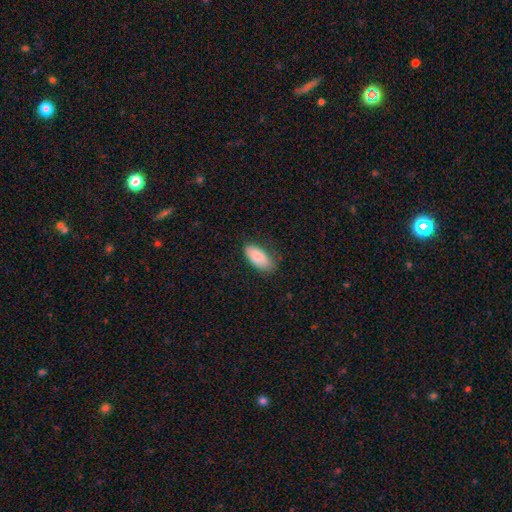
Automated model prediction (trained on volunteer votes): smooth-or-featured: smooth: 85% | featured or disk: 9% | star or artifact: 7%
  how-rounded: in between: 92% | cigar-shaped: 6% | round: 2%
  merging: none: 72% | minor disturbance: 22% | major disturbance: 5% | merger: 1%